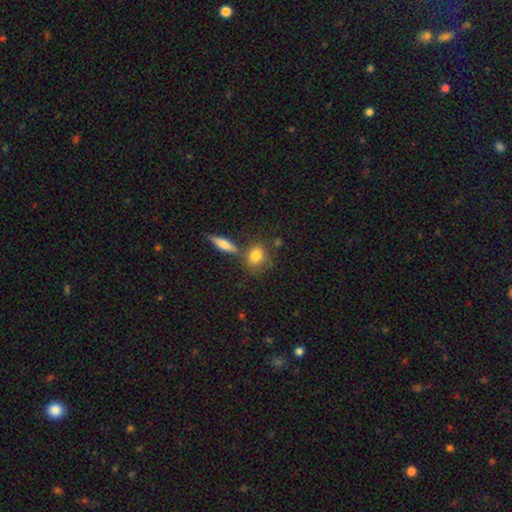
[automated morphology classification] Q: Smooth or featured?
A: smooth (80%); runner-up: featured or disk (11%)
Q: How rounded?
A: round (49%); runner-up: in between (46%)
Q: Merging?
A: none (62%); runner-up: merger (20%)